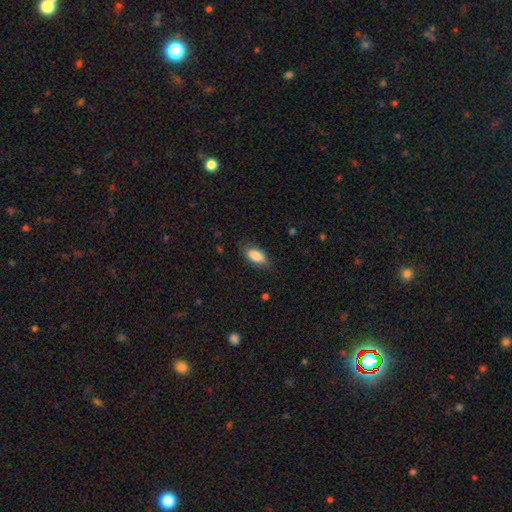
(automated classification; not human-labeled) smooth_or_featured: smooth (p=0.86) [alt: featured or disk p=0.08]
how_rounded: in between (p=0.88) [alt: cigar-shaped p=0.09]
merging: none (p=0.78) [alt: minor disturbance p=0.17]